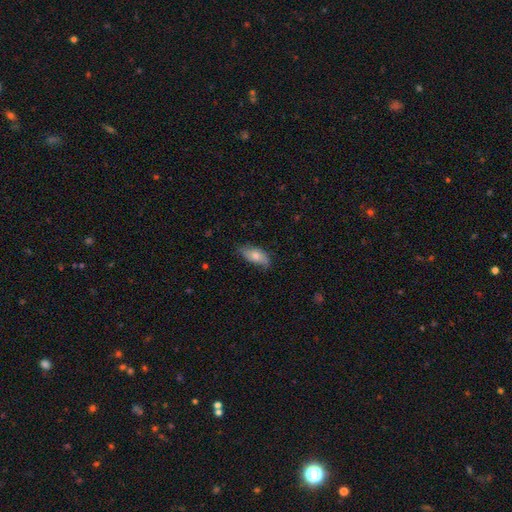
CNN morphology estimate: This is likely a smooth galaxy (71%). How rounded: clearly in between (85%). Merging: likely none (66%).